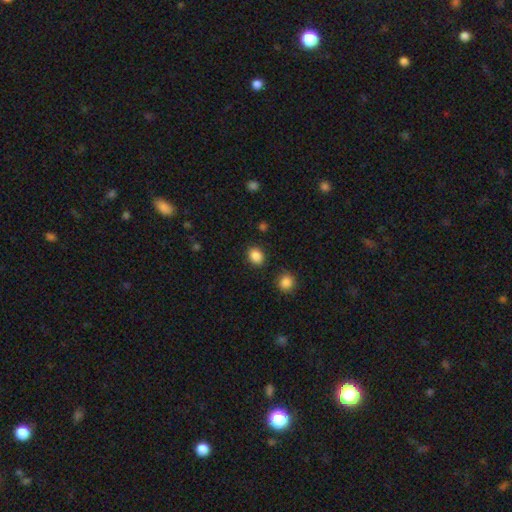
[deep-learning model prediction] Smooth or featured? Predicted: smooth (p=0.87). How rounded? Predicted: round (p=0.57). Merging? Predicted: none (p=0.87).